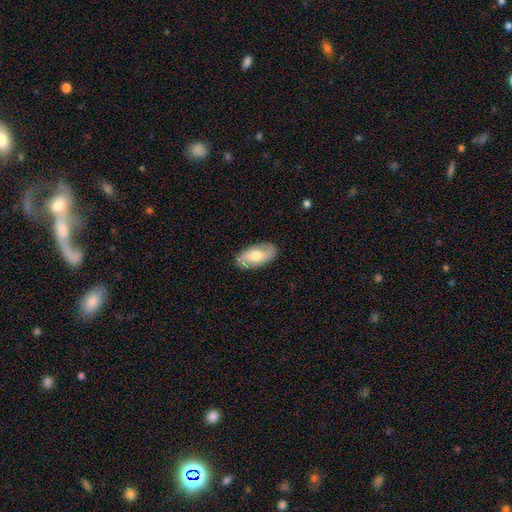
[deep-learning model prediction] smooth_or_featured: smooth (p=0.57) [alt: featured or disk p=0.37]
how_rounded: in between (p=0.93) [alt: cigar-shaped p=0.04]
merging: none (p=0.86) [alt: minor disturbance p=0.11]